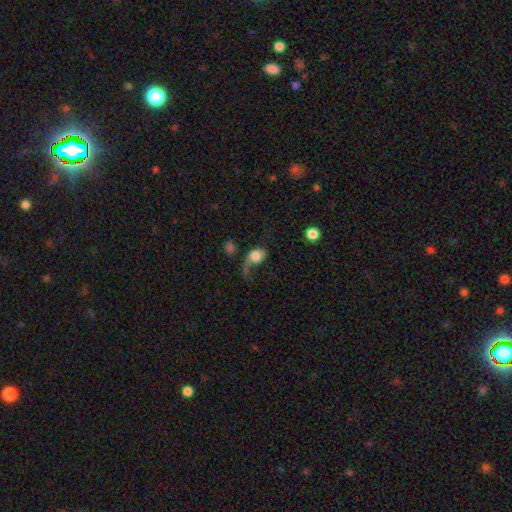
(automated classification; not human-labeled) A smooth galaxy with no disk features (60%) that is round (51%). Merging: major disturbance (55%).